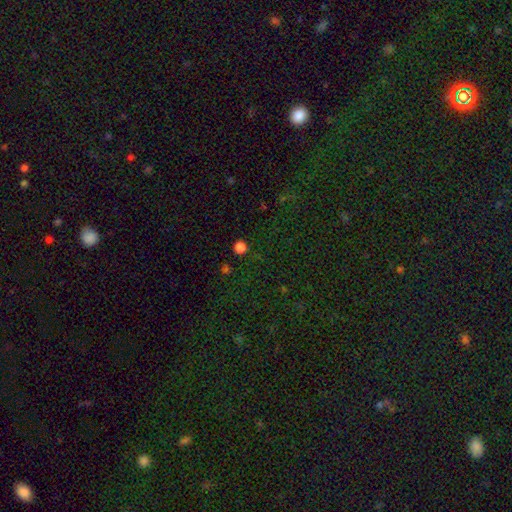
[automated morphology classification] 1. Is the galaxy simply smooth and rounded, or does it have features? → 72% star or artifact, 18% smooth, 10% featured or disk.